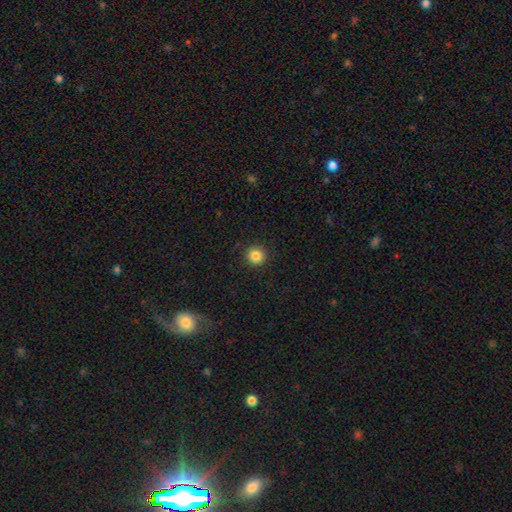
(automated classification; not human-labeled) Smooth or featured? Predicted: smooth (p=0.85). How rounded? Predicted: round (p=0.95). Merging? Predicted: none (p=0.92).